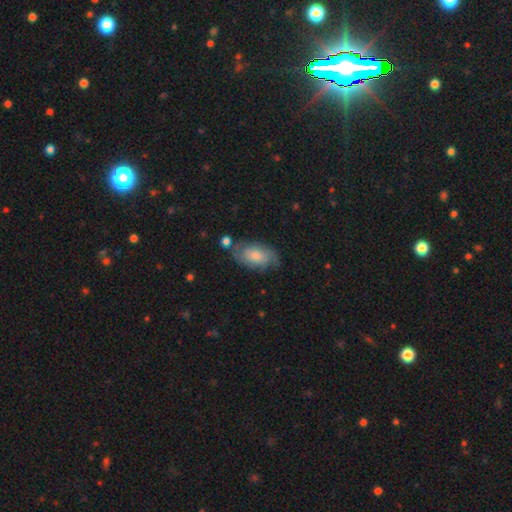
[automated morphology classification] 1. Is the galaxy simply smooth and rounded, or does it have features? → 52% smooth, 41% featured or disk, 7% star or artifact.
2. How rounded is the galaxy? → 91% in between, 6% round, 3% cigar-shaped.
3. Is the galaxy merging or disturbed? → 61% none, 24% minor disturbance, 10% major disturbance, 5% merger.